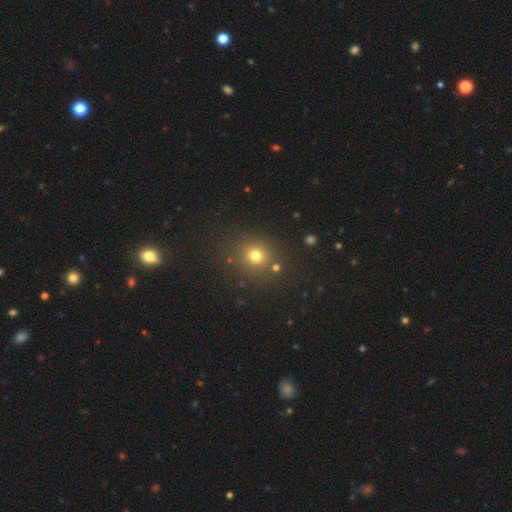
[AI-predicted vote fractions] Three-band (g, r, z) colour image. It shows a smooth galaxy with no disk features (74%) that is round (87%). Merging: none (82%).